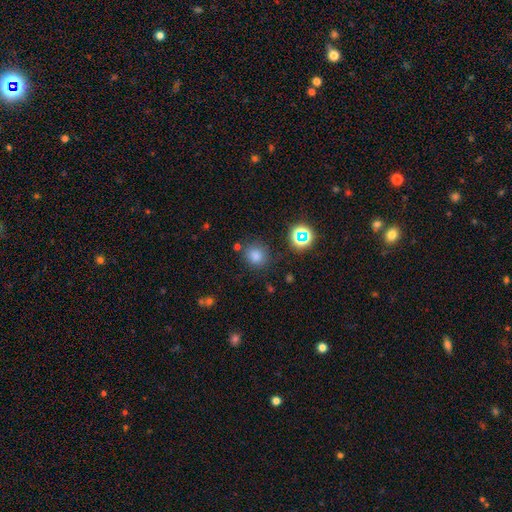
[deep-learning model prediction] The model was most divided on "smooth or featured": smooth: 76%, star or artifact: 18%, featured or disk: 6%. More confident: how rounded — round (86%); merging — none (80%).